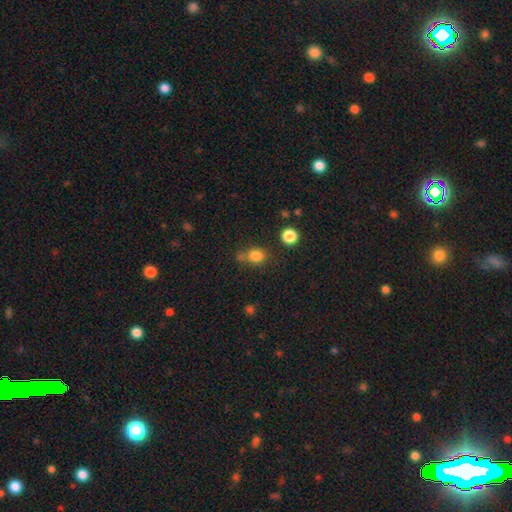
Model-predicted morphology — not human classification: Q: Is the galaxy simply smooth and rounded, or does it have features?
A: smooth — 81%.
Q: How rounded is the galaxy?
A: round — 67%.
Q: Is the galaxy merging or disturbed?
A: none — 59%.